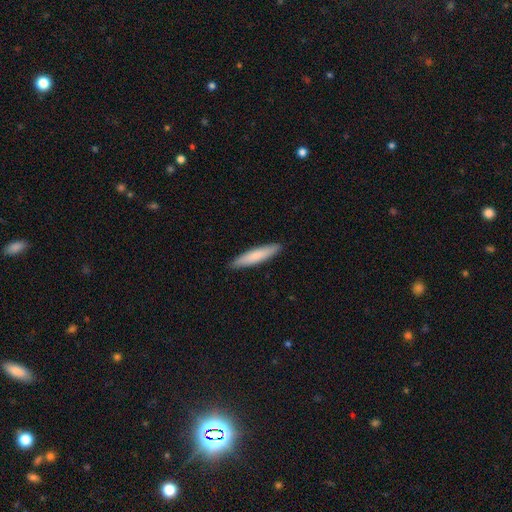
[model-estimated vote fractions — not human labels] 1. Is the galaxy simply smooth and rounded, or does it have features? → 79% smooth, 16% featured or disk, 5% star or artifact.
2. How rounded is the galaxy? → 88% cigar-shaped, 11% in between, 1% round.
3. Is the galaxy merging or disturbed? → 91% none, 7% minor disturbance, 1% major disturbance, 1% merger.